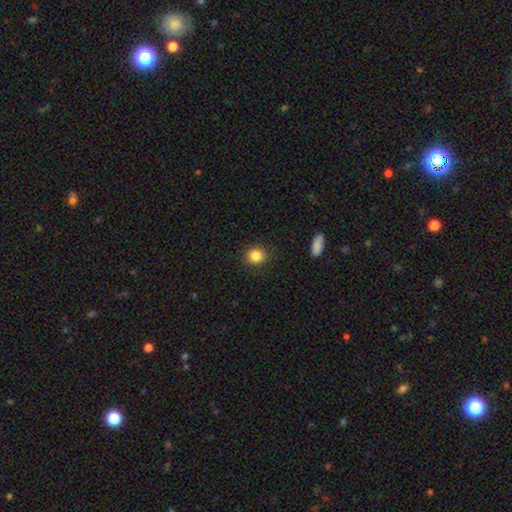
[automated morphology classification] Smooth or featured: smooth — 85% (star or artifact — 10%)
How rounded: round — 89% (in between — 10%)
Merging: none — 89% (minor disturbance — 7%)